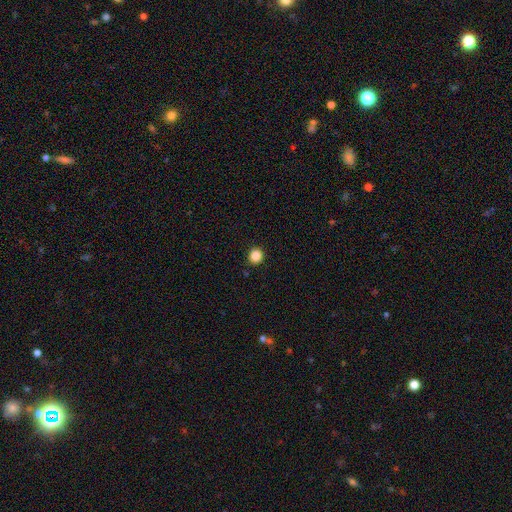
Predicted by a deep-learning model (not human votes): Smooth or featured? Predicted: smooth (p=0.87). How rounded? Predicted: round (p=0.91). Merging? Predicted: none (p=0.92).